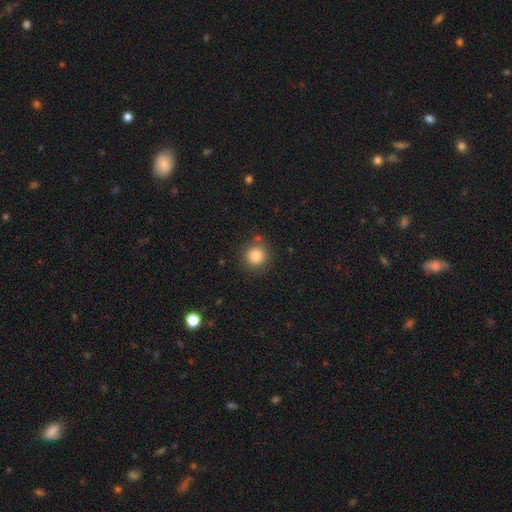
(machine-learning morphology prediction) A smooth galaxy with no disk features (84%) that is round (92%).

Vote fractions:
- Smooth or featured? smooth: 84% / star or artifact: 11% / featured or disk: 6%
- How rounded? round: 92% / in between: 7% / cigar-shaped: 1%
- Merging? none: 83% / minor disturbance: 10% / merger: 4% / major disturbance: 3%